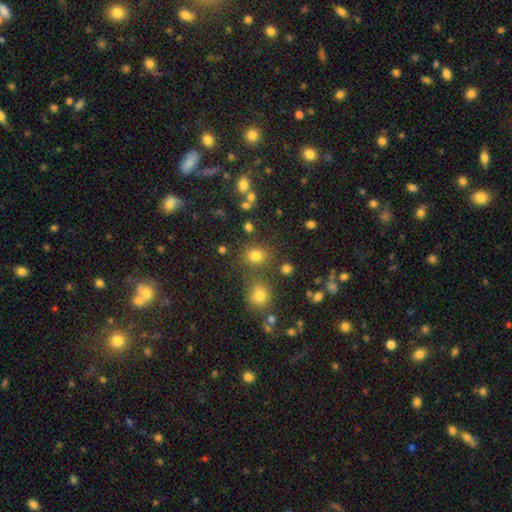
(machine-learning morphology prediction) type=smooth (76%); roundness=round (77%); merging=none (74%).